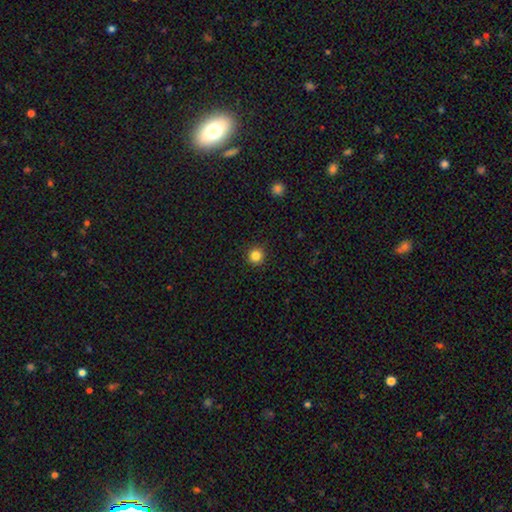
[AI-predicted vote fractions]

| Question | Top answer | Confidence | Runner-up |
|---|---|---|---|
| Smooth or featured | smooth | 84% | star or artifact (12%) |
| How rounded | round | 95% | in between (4%) |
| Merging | none | 92% | minor disturbance (5%) |